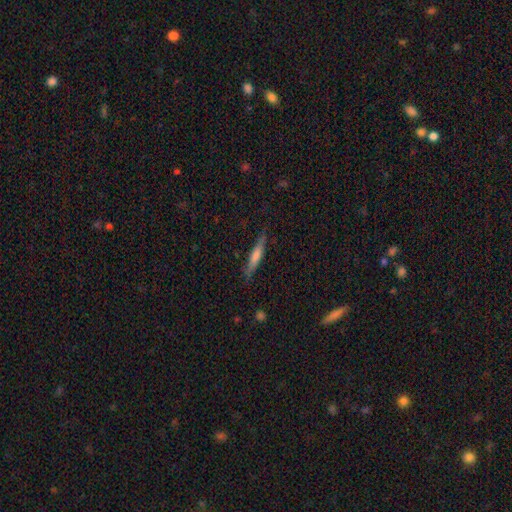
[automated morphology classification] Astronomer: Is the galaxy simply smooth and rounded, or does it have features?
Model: smooth — 58% (runner-up: featured or disk, 35%).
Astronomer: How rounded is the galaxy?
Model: cigar-shaped — 91%.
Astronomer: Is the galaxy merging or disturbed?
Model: none — 84%.